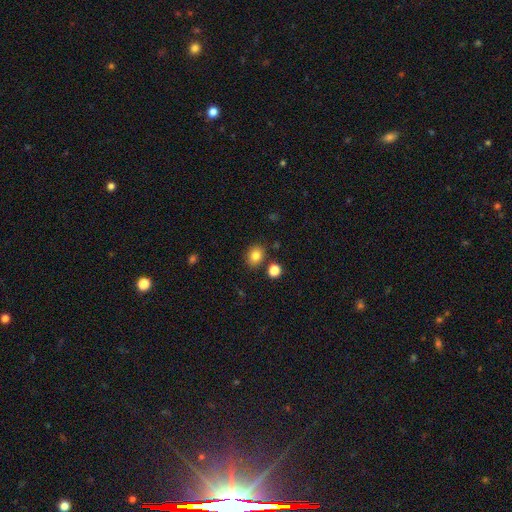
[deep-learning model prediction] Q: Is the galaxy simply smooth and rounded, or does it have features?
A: smooth — 83%.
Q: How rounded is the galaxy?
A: round — 57%.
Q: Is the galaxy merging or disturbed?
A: none — 83%.